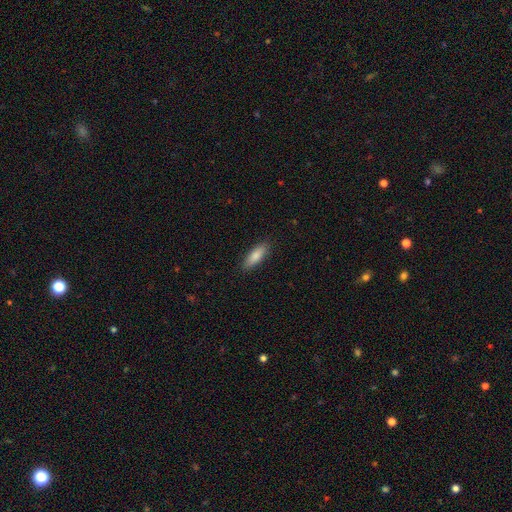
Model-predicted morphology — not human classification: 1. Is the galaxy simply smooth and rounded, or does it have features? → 84% smooth, 11% featured or disk, 6% star or artifact.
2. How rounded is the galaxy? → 53% in between, 45% cigar-shaped, 2% round.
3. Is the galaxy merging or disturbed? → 88% none, 9% minor disturbance, 2% major disturbance, 1% merger.